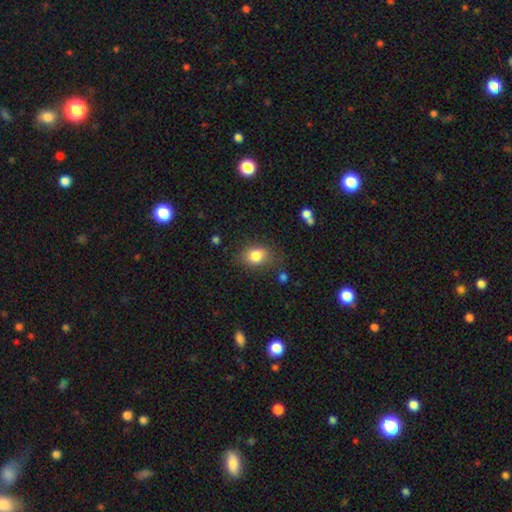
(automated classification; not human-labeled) This is clearly a smooth galaxy (82%). How rounded: likely in between (65%). Merging: likely none (73%).